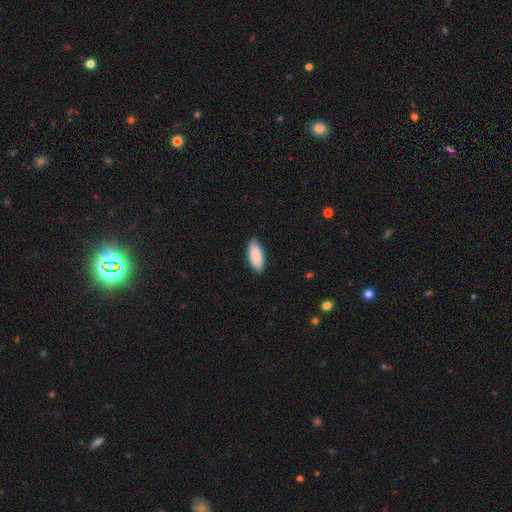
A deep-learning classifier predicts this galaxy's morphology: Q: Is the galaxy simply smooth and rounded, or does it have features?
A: smooth — 89%.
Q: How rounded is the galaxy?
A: in between — 84%.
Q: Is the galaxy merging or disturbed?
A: none — 86%.